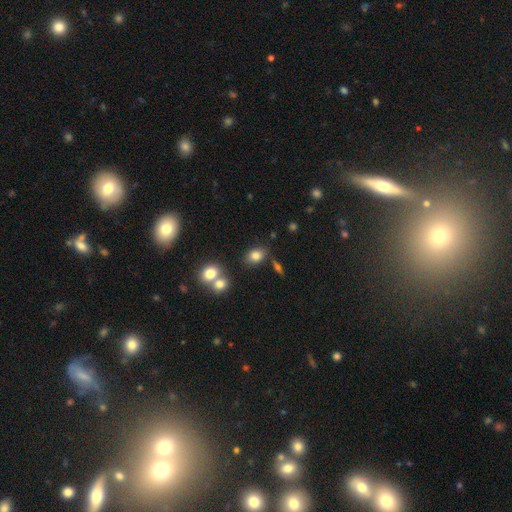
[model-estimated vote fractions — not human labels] smooth_or_featured: smooth (p=0.81) [alt: star or artifact p=0.11]
how_rounded: in between (p=0.70) [alt: round p=0.28]
merging: none (p=0.73) [alt: merger p=0.12]